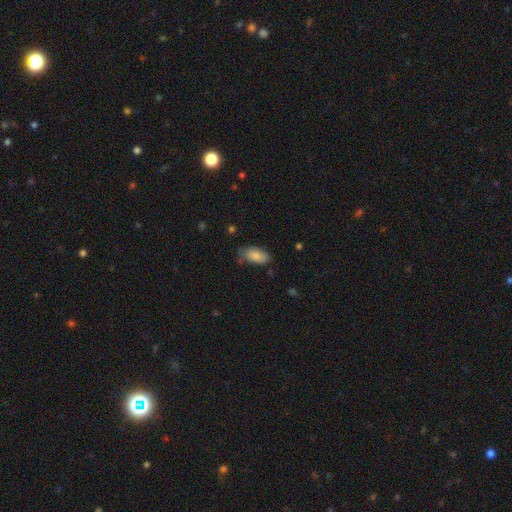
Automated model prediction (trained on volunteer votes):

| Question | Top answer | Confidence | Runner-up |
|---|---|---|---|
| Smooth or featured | smooth | 85% | featured or disk (8%) |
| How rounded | in between | 93% | cigar-shaped (5%) |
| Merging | none | 69% | minor disturbance (23%) |